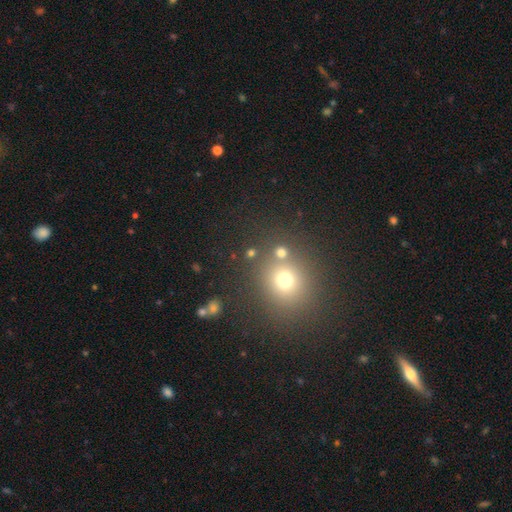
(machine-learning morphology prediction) Smooth or featured? Predicted: smooth (p=0.59). How rounded? Predicted: round (p=0.85). Merging? Predicted: none (p=0.79).